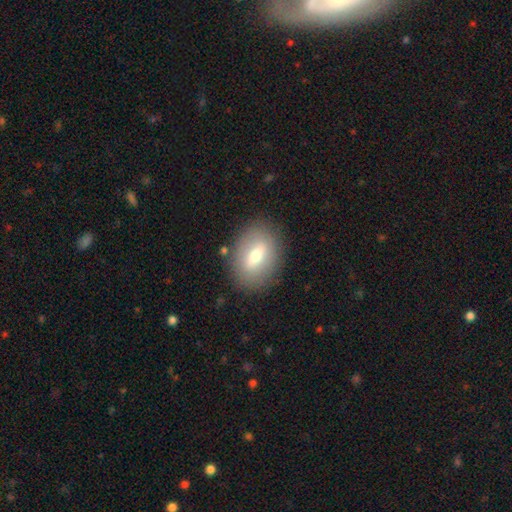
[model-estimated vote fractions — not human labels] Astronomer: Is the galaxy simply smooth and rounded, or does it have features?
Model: smooth — 55% (runner-up: featured or disk, 38%).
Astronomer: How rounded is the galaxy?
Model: in between — 77%.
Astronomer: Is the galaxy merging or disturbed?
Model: none — 85%.